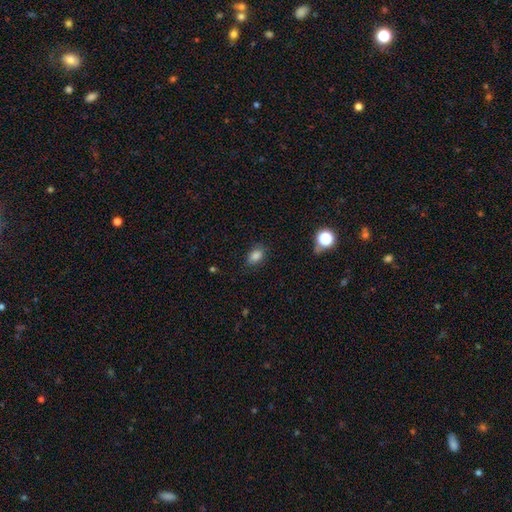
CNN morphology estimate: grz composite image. It shows a smooth galaxy with no disk features (83%) that is in between round and cigar-shaped (81%). Merging: none (81%).